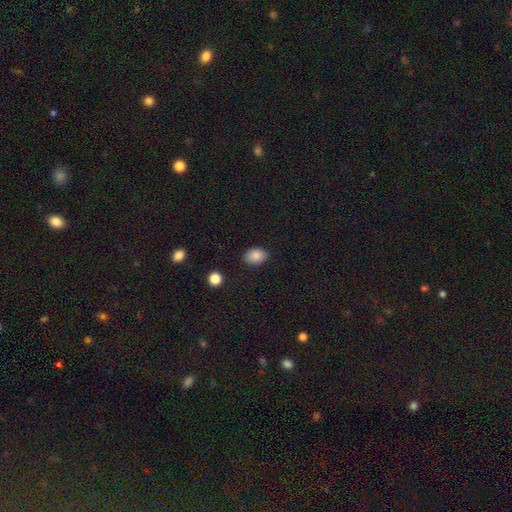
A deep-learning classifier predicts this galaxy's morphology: A smooth galaxy with no disk features (87%) that is in between round and cigar-shaped (77%). Merging: none (86%).